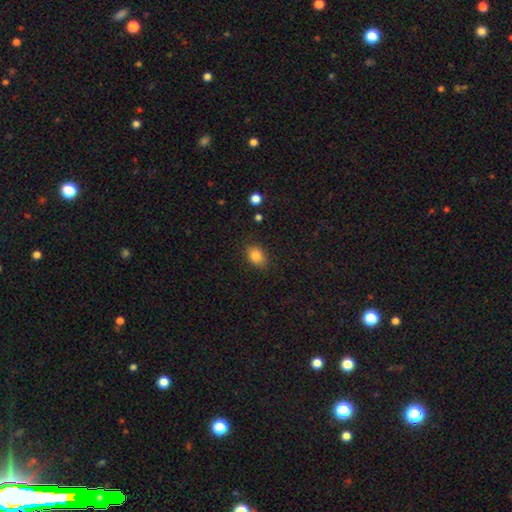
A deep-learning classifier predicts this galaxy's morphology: This appears to be a smooth galaxy with no disk features (84%) that is in between round and cigar-shaped (74%). Merging: none (84%).